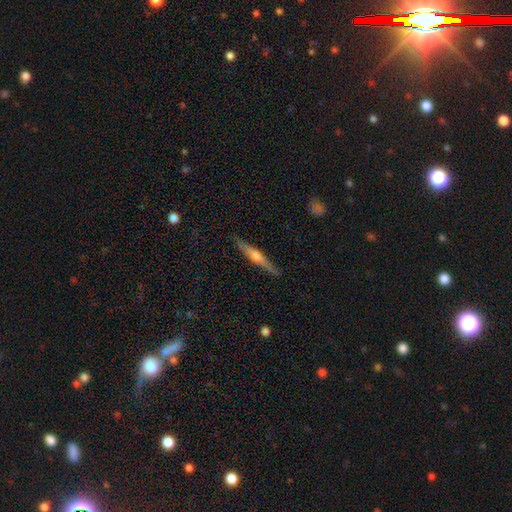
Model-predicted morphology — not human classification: Smooth or featured: featured or disk — 73% (smooth — 21%)
Edge-on disk: yes — 98% (no — 2%)
Edge-on bulge: rounded — 79% (boxy — 13%)
Merging: none — 90% (minor disturbance — 7%)